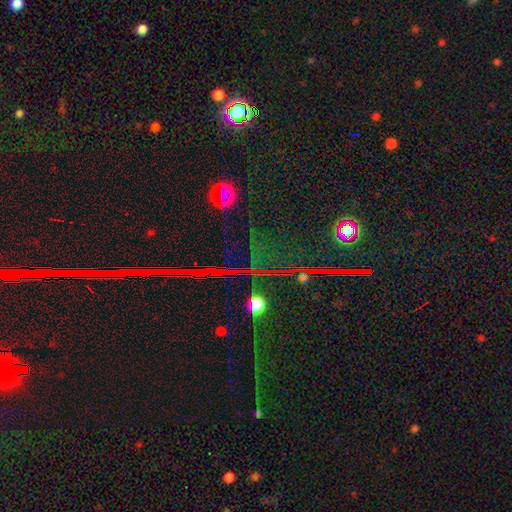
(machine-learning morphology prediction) type=star or artifact (84%).